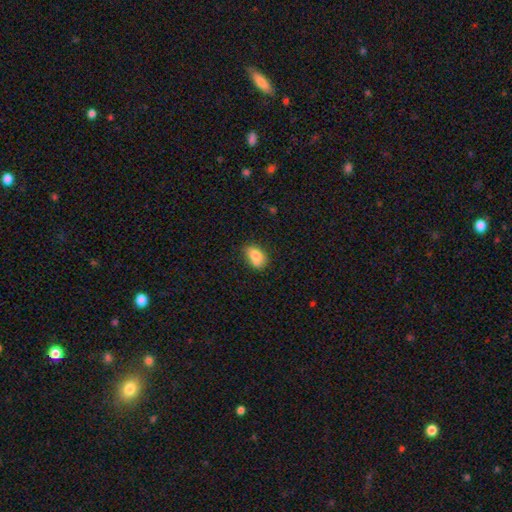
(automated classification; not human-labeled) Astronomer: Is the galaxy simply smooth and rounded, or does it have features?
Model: smooth — 80%.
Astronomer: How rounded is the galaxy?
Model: in between — 84%.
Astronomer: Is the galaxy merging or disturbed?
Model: none — 55%.